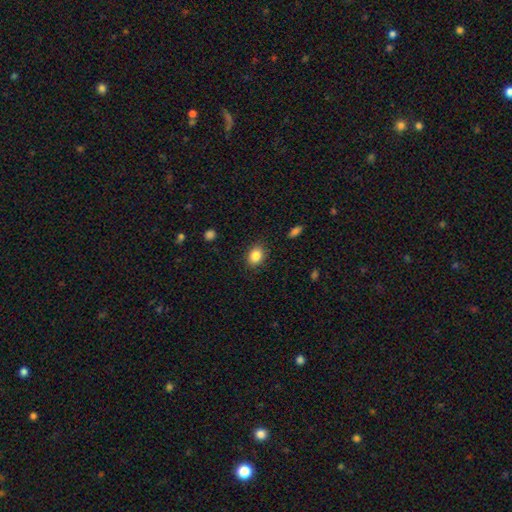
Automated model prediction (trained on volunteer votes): Smooth or featured? smooth (86%)
How rounded? in between (55%)
Merging? none (88%)